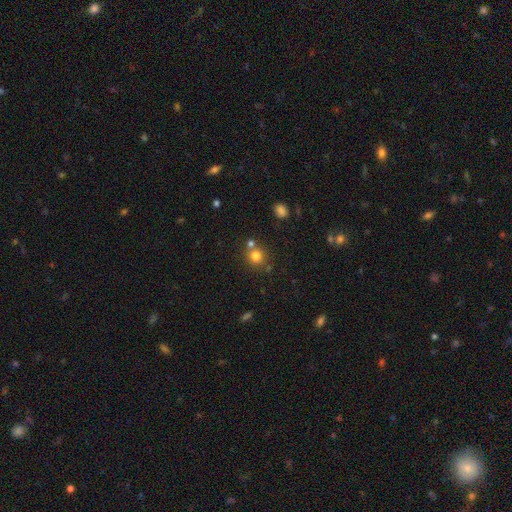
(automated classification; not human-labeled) A smooth galaxy with no disk features (78%) that is round (90%). Merging: none (66%).